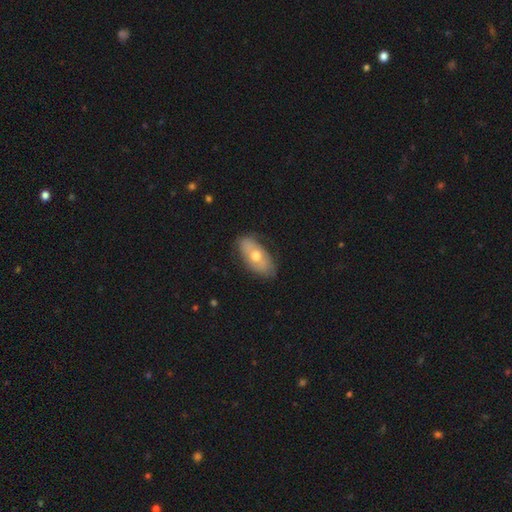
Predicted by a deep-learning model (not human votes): A smooth galaxy with no disk features (55%) that is in between round and cigar-shaped (90%). Merging: none (78%).